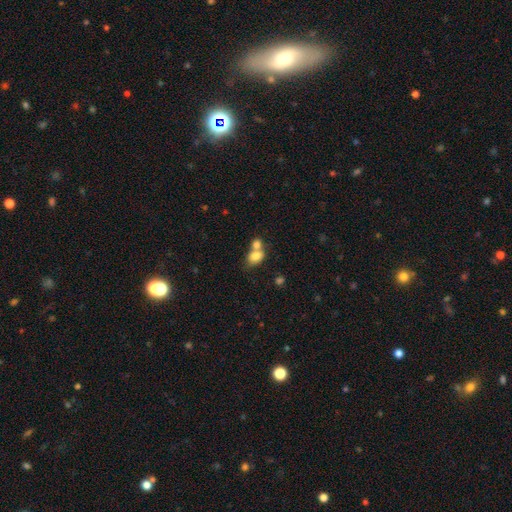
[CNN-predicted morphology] A smooth galaxy with no disk features (79%) that is in between round and cigar-shaped (68%). Merging: merger (58%).